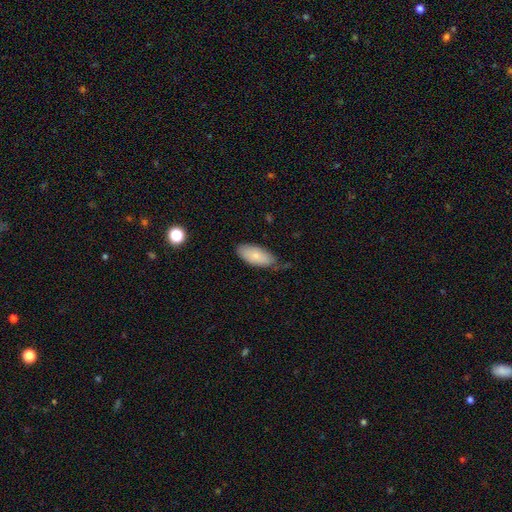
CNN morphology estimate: A smooth galaxy with no disk features (80%) that is in between round and cigar-shaped (88%).

Vote fractions:
- Smooth or featured? smooth: 80% / featured or disk: 13% / star or artifact: 7%
- How rounded? in between: 88% / cigar-shaped: 10% / round: 2%
- Merging? none: 62% / minor disturbance: 30% / major disturbance: 6% / merger: 3%